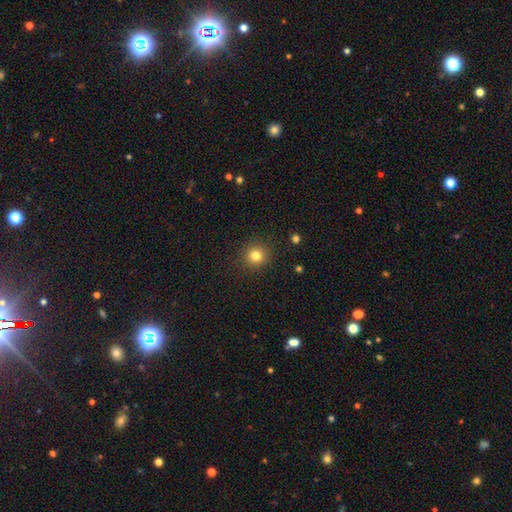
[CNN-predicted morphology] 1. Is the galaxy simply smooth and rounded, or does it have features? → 81% smooth, 13% star or artifact, 6% featured or disk.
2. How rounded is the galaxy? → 93% round, 6% in between, 1% cigar-shaped.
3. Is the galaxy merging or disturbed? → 91% none, 6% minor disturbance, 2% major disturbance, 1% merger.